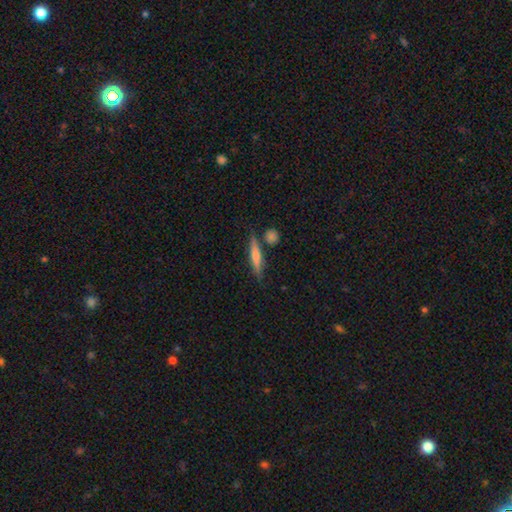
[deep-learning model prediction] This appears to be a smooth galaxy with no disk features (57%) that is cigar-shaped (86%). Merging: none (77%).